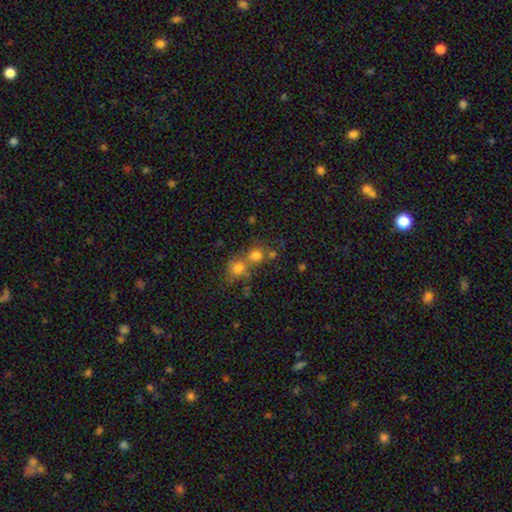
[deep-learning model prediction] The model was most divided on "merging": merger: 46%, none: 44%, minor disturbance: 6%, major disturbance: 3%. More confident: how rounded — round (85%); smooth or featured — smooth (72%).